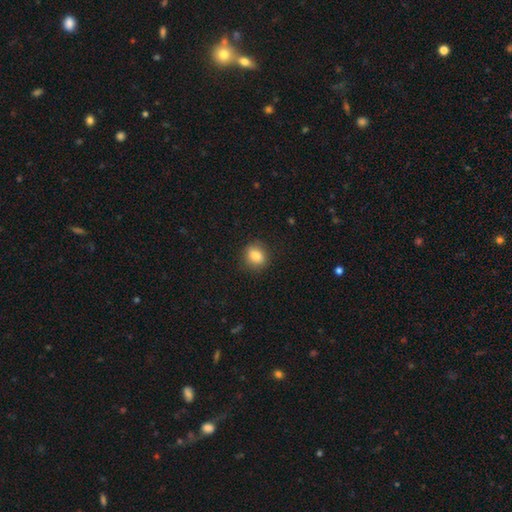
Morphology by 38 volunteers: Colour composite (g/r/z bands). It shows a smooth galaxy with no disk features (89%) that is round (59%). Merging: none (86%).